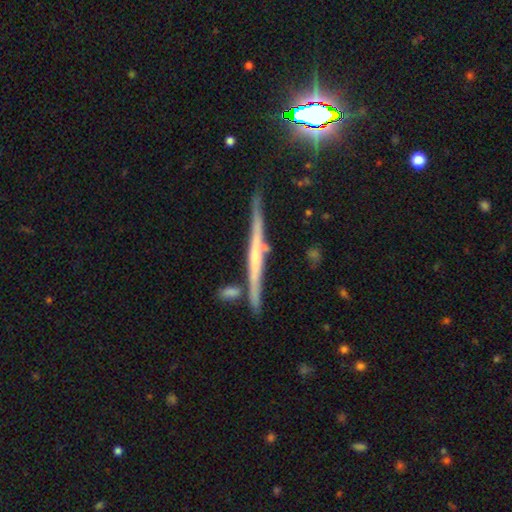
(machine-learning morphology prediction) This is likely a featured or disk galaxy (71%). It is clearly viewed edge-on (97%). Edge-on bulge: possibly none (52%). Merging: likely none (78%).